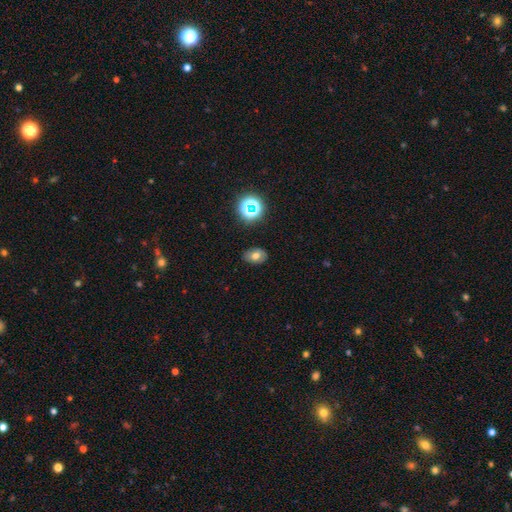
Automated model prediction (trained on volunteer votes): Smooth or featured?
  - smooth: 69% *
  - star or artifact: 16%
  - featured or disk: 15%
How rounded?
  - in between: 79% *
  - round: 20%
  - cigar-shaped: 1%
Merging?
  - none: 85% *
  - minor disturbance: 11%
  - major disturbance: 3%
  - merger: 1%